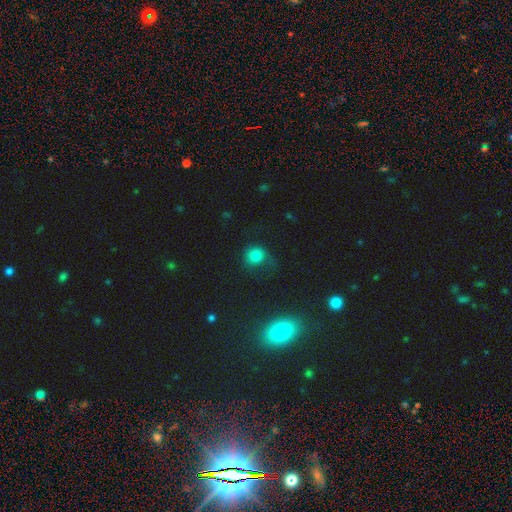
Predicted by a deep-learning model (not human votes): smooth-or-featured: smooth: 76% | star or artifact: 14% | featured or disk: 9%
  how-rounded: round: 80% | in between: 19% | cigar-shaped: 1%
  merging: none: 53% | minor disturbance: 25% | major disturbance: 19% | merger: 3%